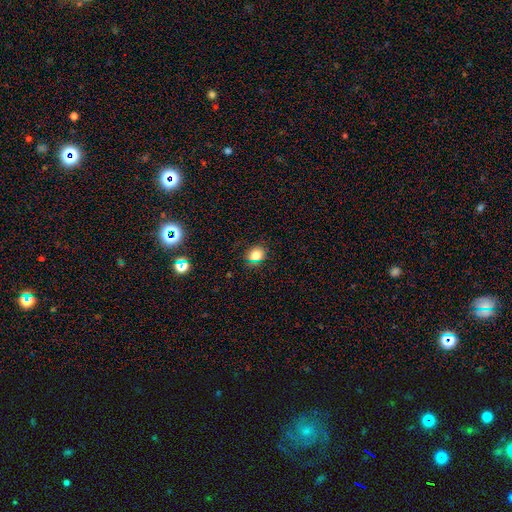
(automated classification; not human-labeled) smooth 77%, star or artifact 17%, featured or disk 6%. Down the decision tree: how rounded — round (72%); merging — none (86%).